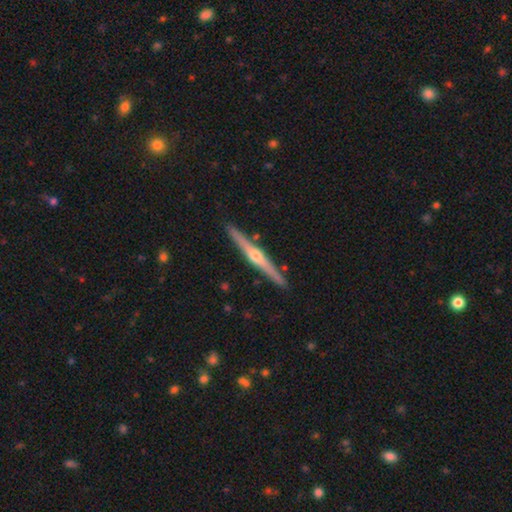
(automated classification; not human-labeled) This is clearly a featured or disk galaxy (82%). It is clearly viewed edge-on (98%). Edge-on bulge: clearly rounded (92%). Merging: clearly none (92%).